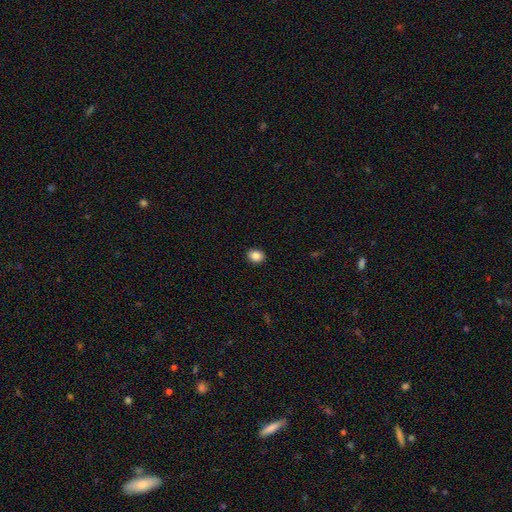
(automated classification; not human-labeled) smooth 87%, star or artifact 9%, featured or disk 4%. Down the decision tree: how rounded — round (52%); merging — none (91%).